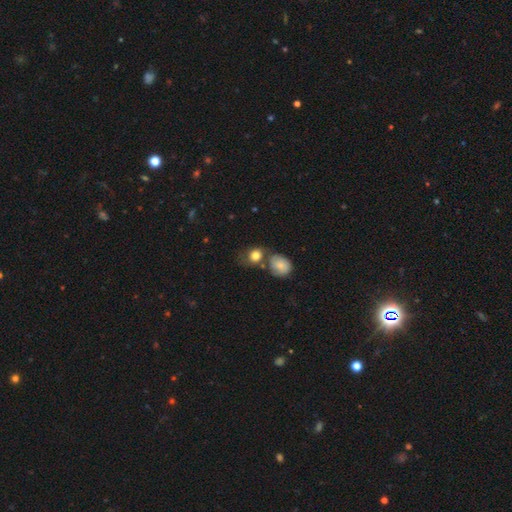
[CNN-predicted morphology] Smooth or featured? smooth (79%)
How rounded? round (66%)
Merging? none (49%)